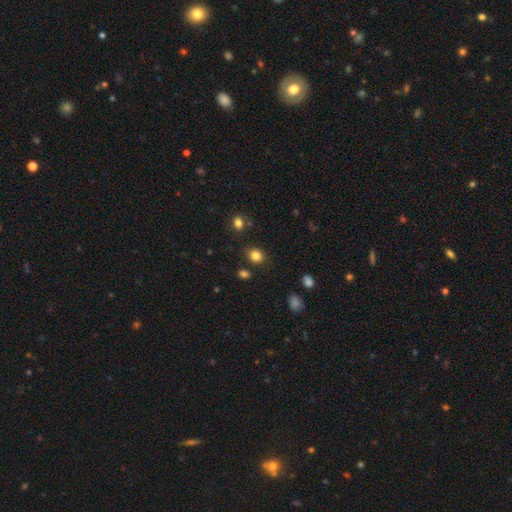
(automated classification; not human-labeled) smooth-or-featured: smooth: 83% | star or artifact: 12% | featured or disk: 5%
  how-rounded: round: 72% | in between: 27% | cigar-shaped: 1%
  merging: none: 84% | minor disturbance: 10% | merger: 3% | major disturbance: 3%